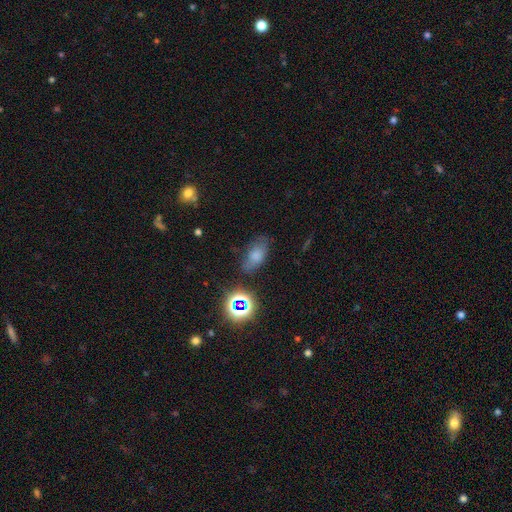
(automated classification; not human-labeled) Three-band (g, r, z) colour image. It shows a smooth galaxy with no disk features (68%) that is in between round and cigar-shaped (87%). Merging: none (65%).